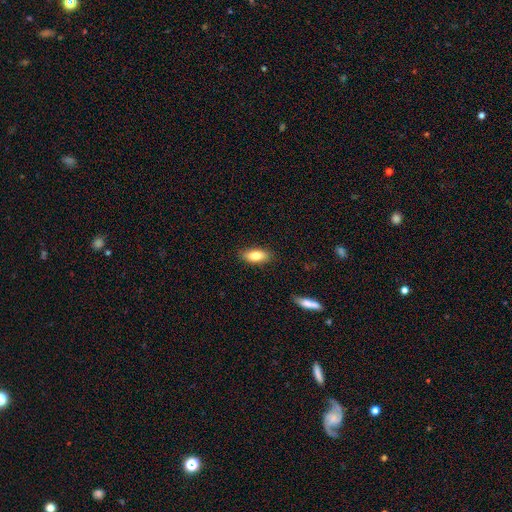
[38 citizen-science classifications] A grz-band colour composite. It shows a smooth galaxy with no disk features (92%) that is in between round and cigar-shaped (86%). Merging: none (92%).